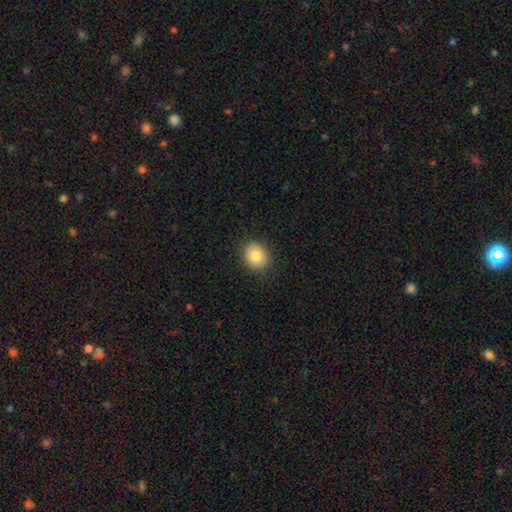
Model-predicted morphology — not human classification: This is clearly a smooth galaxy (82%). How rounded: likely round (79%). Merging: clearly none (90%).